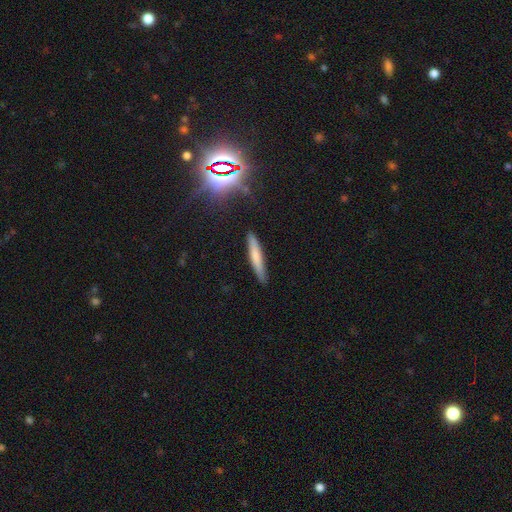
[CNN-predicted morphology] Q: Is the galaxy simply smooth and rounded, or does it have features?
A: smooth — 68%.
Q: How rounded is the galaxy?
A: cigar-shaped — 93%.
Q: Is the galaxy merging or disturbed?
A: none — 87%.